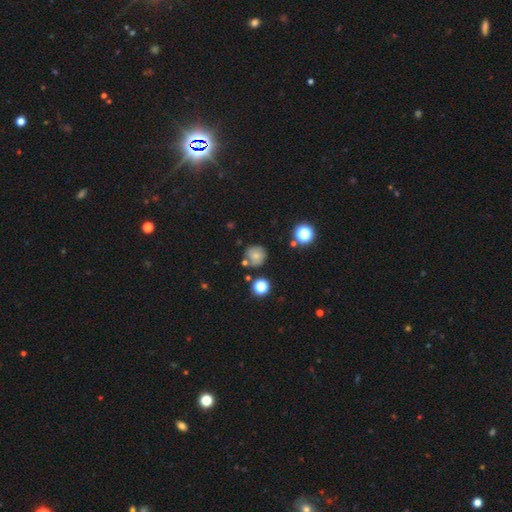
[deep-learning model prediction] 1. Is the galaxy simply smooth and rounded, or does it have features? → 67% smooth, 17% featured or disk, 16% star or artifact.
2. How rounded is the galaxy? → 88% round, 11% in between, 1% cigar-shaped.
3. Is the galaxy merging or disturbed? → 66% none, 18% minor disturbance, 11% merger, 5% major disturbance.